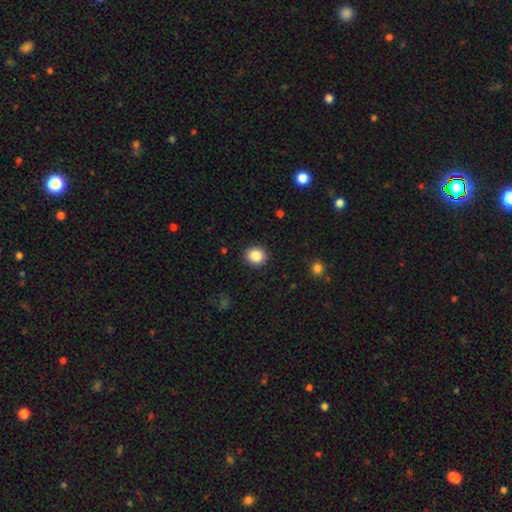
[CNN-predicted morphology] smooth 86%, star or artifact 9%, featured or disk 5%. Down the decision tree: how rounded — round (75%); merging — none (91%).